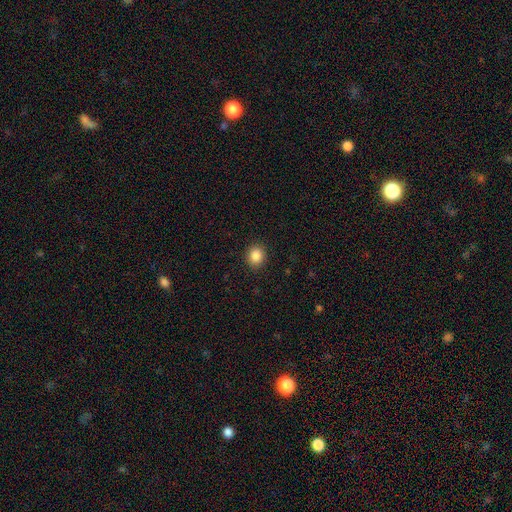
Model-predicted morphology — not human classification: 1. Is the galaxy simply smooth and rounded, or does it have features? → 86% smooth, 10% star or artifact, 4% featured or disk.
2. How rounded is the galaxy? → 72% round, 27% in between, 1% cigar-shaped.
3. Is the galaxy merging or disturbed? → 91% none, 6% minor disturbance, 2% major disturbance, 1% merger.